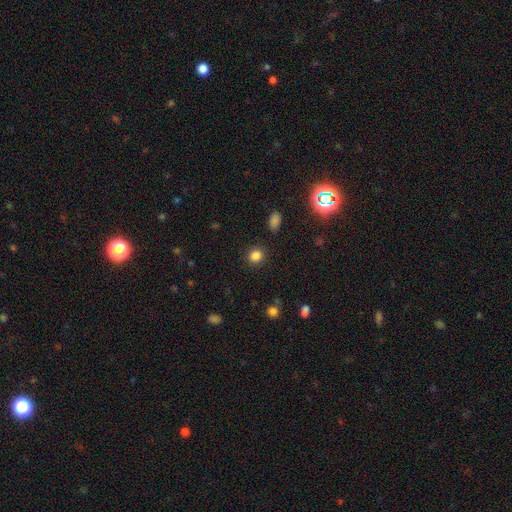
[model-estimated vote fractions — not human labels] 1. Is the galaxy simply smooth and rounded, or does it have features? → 84% smooth, 12% star or artifact, 4% featured or disk.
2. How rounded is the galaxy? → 89% round, 10% in between, 1% cigar-shaped.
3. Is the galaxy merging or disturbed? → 90% none, 6% minor disturbance, 3% major disturbance, 1% merger.